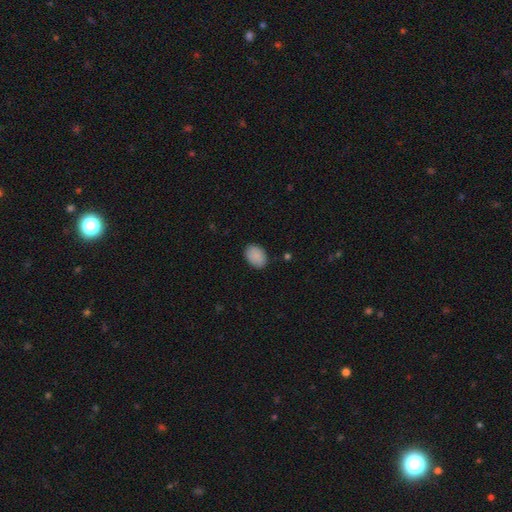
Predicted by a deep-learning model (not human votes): Smooth or featured?
  - smooth: 89% *
  - star or artifact: 7%
  - featured or disk: 4%
How rounded?
  - in between: 82% *
  - round: 17%
  - cigar-shaped: 1%
Merging?
  - none: 86% *
  - minor disturbance: 11%
  - major disturbance: 2%
  - merger: 1%